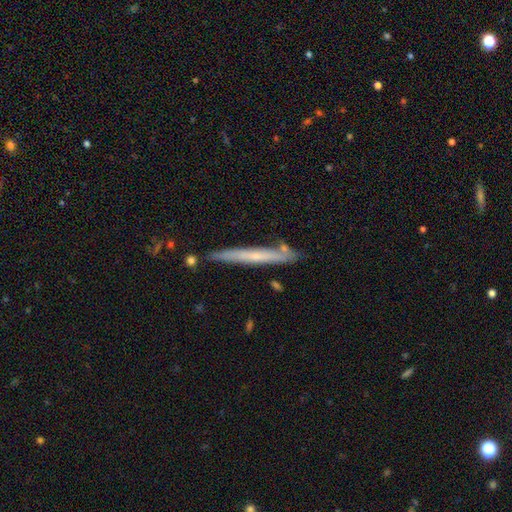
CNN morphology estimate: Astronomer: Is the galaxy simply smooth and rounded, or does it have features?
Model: featured or disk — 51% (runner-up: smooth, 43%).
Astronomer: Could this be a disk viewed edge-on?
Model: yes — 92%.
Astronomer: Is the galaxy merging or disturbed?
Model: none — 79%.